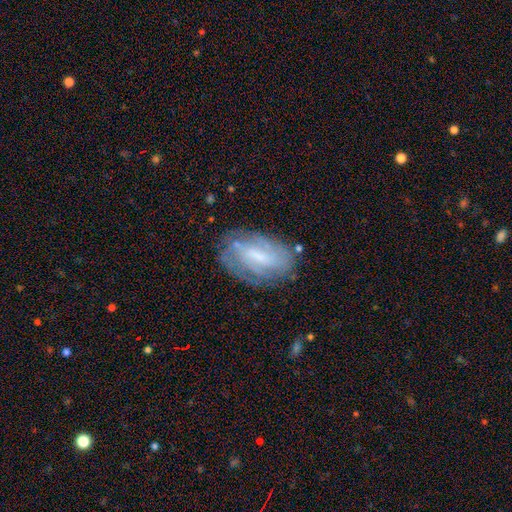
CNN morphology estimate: featured or disk 65%, smooth 26%, star or artifact 9%. Down the decision tree: edge-on disk — no (94%); bar — weak (48%); spiral arms — yes (79%); bulge size — small (42%); merging — none (71%).